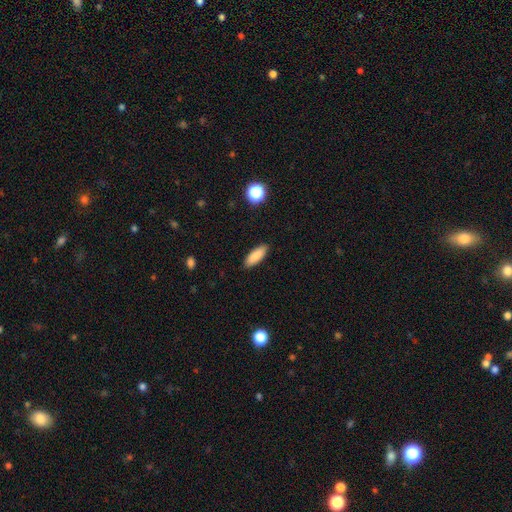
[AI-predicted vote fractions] Smooth or featured: smooth — 87% (star or artifact — 7%)
How rounded: in between — 65% (cigar-shaped — 33%)
Merging: none — 89% (minor disturbance — 8%)